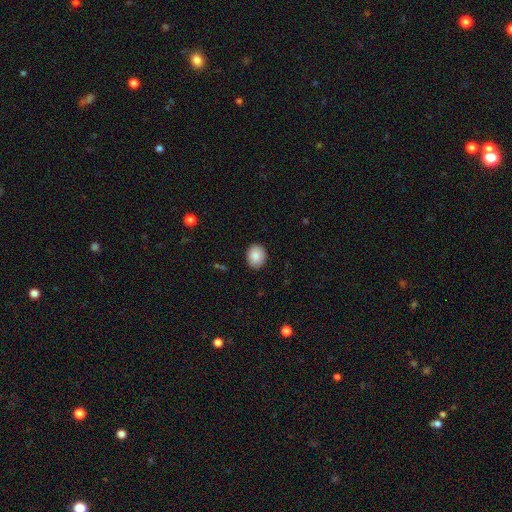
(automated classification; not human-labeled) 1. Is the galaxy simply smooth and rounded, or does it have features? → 88% smooth, 8% star or artifact, 5% featured or disk.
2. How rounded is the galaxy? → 58% round, 41% in between, 1% cigar-shaped.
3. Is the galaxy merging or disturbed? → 89% none, 8% minor disturbance, 2% major disturbance, 1% merger.